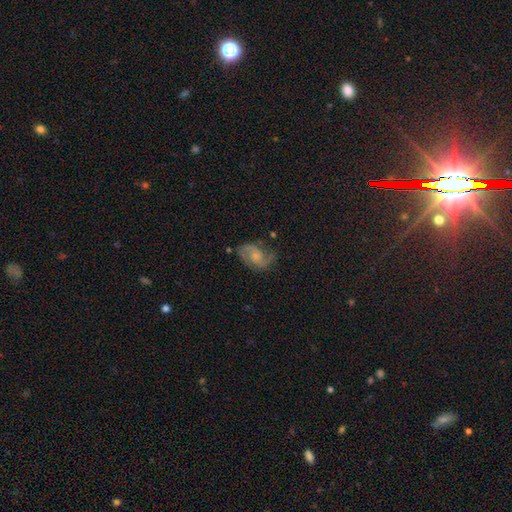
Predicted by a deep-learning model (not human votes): Smooth or featured?
  - featured or disk: 82% *
  - smooth: 11%
  - star or artifact: 7%
Edge-on disk?
  - no: 98% *
  - yes: 2%
Bar?
  - no: 60% *
  - weak: 35%
  - strong: 5%
Spiral arms?
  - yes: 96% *
  - no: 4%
Spiral winding?
  - medium: 54% *
  - loose: 27%
  - tight: 20%
Spiral arm count?
  - 2: 90% *
  - can't tell: 4%
  - 1: 2%
  - 3: 2%
  - 4: 1%
  - more than 4: 1%
Bulge size?
  - small: 44% *
  - moderate: 35%
  - none: 16%
  - large: 4%
  - dominant: 1%
Merging?
  - none: 71% *
  - minor disturbance: 19%
  - major disturbance: 8%
  - merger: 2%